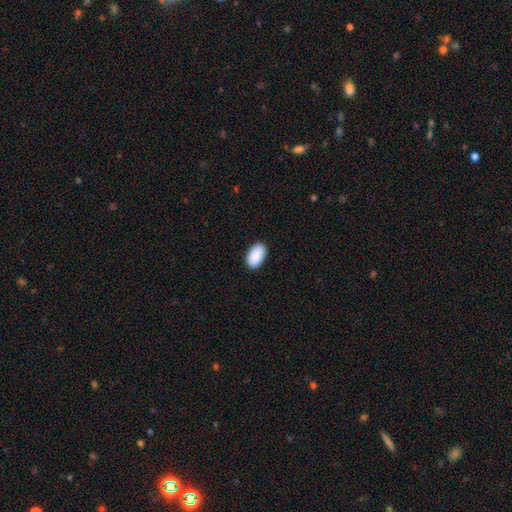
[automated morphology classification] Smooth or featured: smooth — 91% (star or artifact — 6%)
How rounded: in between — 95% (round — 4%)
Merging: none — 89% (minor disturbance — 8%)